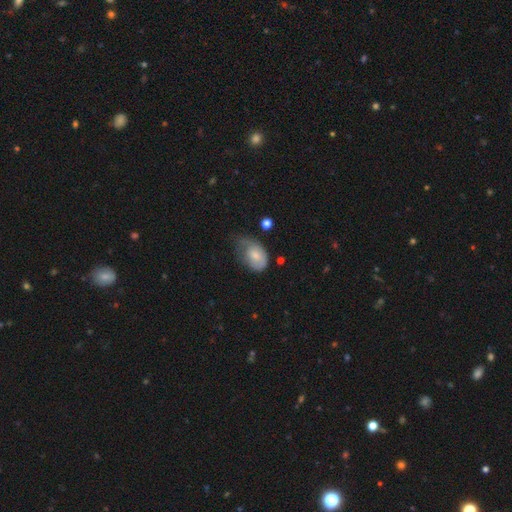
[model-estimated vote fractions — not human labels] smooth-or-featured: smooth: 64% | featured or disk: 29% | star or artifact: 7%
  how-rounded: in between: 83% | round: 16% | cigar-shaped: 1%
  merging: minor disturbance: 40% | major disturbance: 30% | none: 28% | merger: 2%